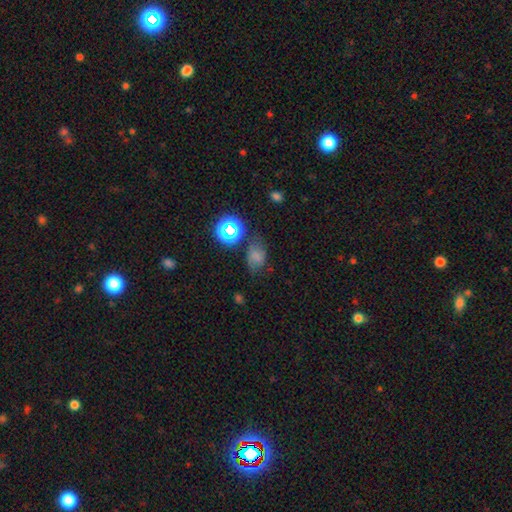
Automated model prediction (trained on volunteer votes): Smooth or featured? smooth (66%)
How rounded? in between (70%)
Merging? none (56%)